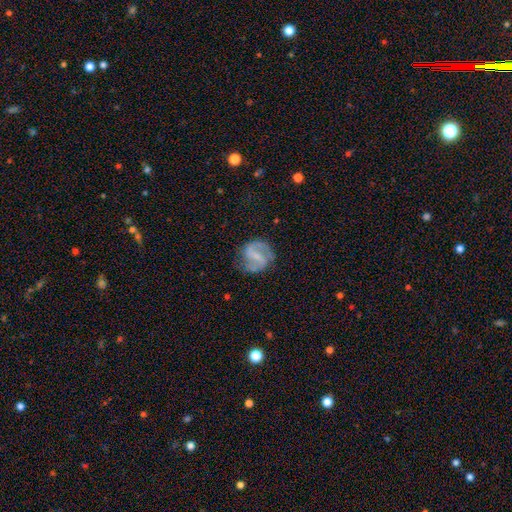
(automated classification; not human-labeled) This appears to be a featured or disk galaxy (76%) with a strong bar (48%), 2 (87%) medium (49%) spiral arms (88%) and no central bulge (44%). Merging: none (71%).